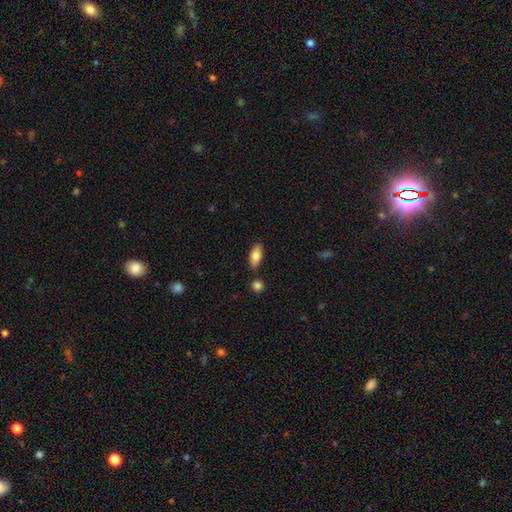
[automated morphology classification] Overall: smooth (82%). How rounded: in between (84%). Merging: none (84%).